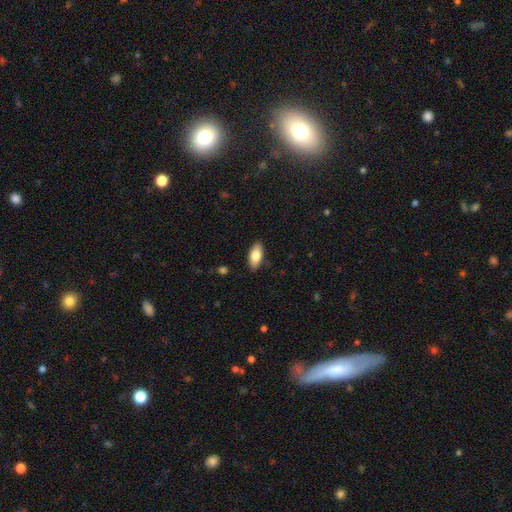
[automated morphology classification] Q: Smooth or featured?
A: smooth (78%); runner-up: featured or disk (15%)
Q: How rounded?
A: in between (88%); runner-up: cigar-shaped (9%)
Q: Merging?
A: none (88%); runner-up: minor disturbance (9%)